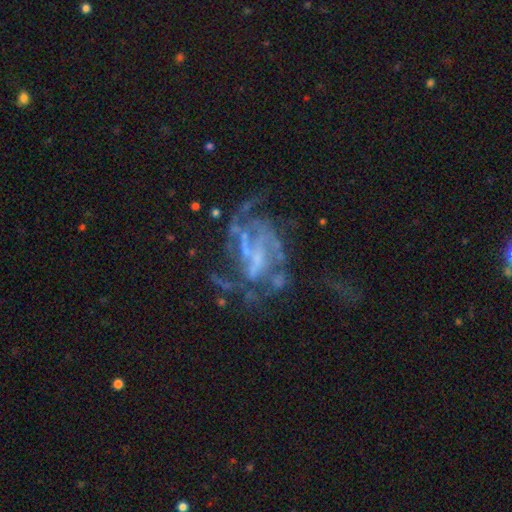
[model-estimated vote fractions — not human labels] Smooth or featured? featured or disk (79%)
Edge-on disk? no (97%)
Bar? no (45%)
Spiral arms? yes (74%)
Spiral winding? medium (43%)
Spiral arm count? can't tell (35%)
Bulge size? none (50%)
Merging? major disturbance (39%)